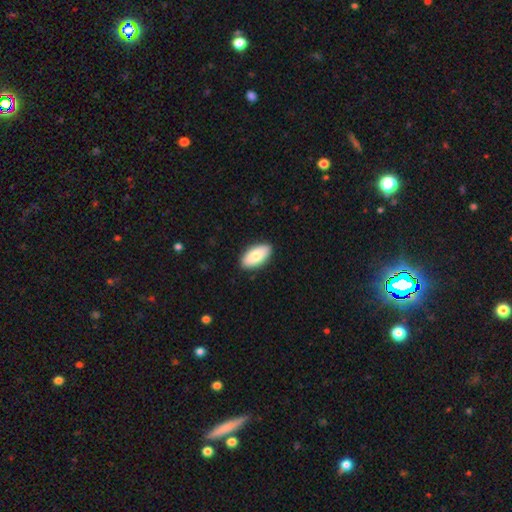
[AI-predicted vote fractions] Smooth or featured? smooth (83%)
How rounded? in between (93%)
Merging? none (89%)